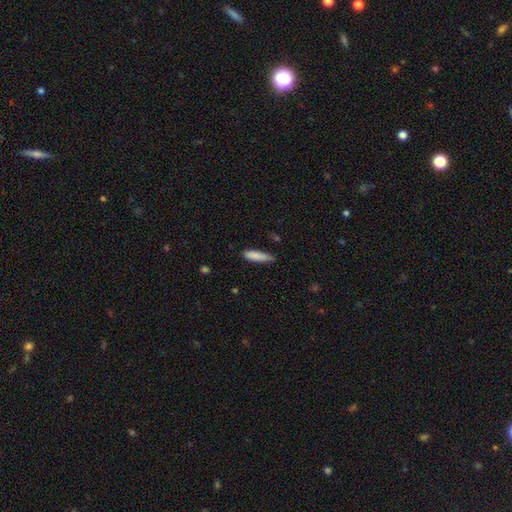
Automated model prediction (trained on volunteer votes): This appears to be a smooth galaxy with no disk features (85%) that is cigar-shaped (75%). Merging: none (70%).